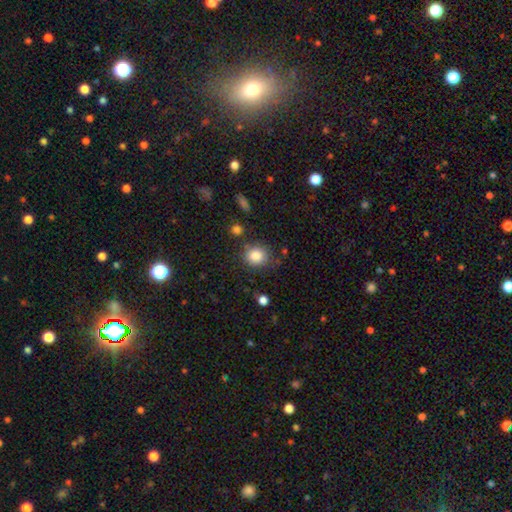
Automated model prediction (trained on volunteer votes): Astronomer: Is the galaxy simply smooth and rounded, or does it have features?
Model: smooth — 84%.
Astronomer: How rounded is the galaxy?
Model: round — 78%.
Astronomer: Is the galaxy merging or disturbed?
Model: none — 75%.